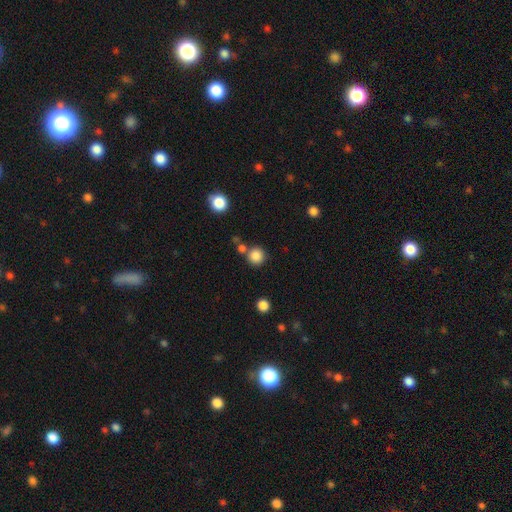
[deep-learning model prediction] Q: Smooth or featured?
A: smooth (85%); runner-up: star or artifact (11%)
Q: How rounded?
A: round (93%); runner-up: in between (6%)
Q: Merging?
A: none (74%); runner-up: merger (14%)